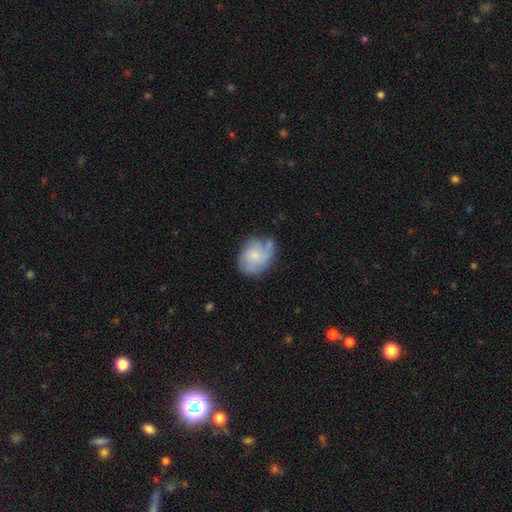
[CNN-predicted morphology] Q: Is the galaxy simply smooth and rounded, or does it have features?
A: featured or disk — 59%.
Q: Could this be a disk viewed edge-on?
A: no — 98%.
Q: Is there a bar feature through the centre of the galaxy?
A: no — 78%.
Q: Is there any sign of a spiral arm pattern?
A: yes — 86%.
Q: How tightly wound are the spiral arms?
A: tight — 41%.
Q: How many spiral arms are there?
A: can't tell — 33%.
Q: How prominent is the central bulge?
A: small — 68%.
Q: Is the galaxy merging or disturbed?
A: none — 58%.